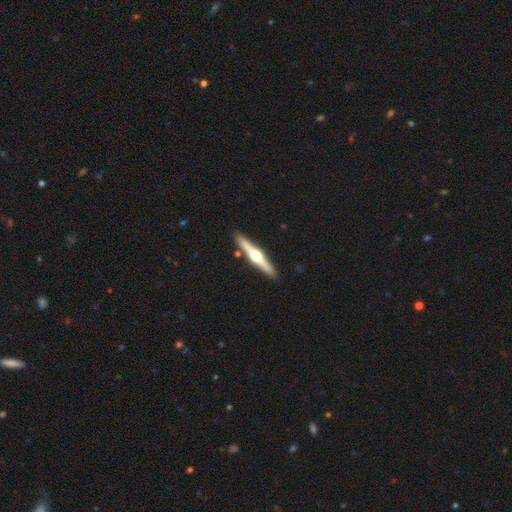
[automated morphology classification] type=featured or disk (72%); edge-on=yes (98%); edge-on bulge=rounded (95%); merging=none (89%).